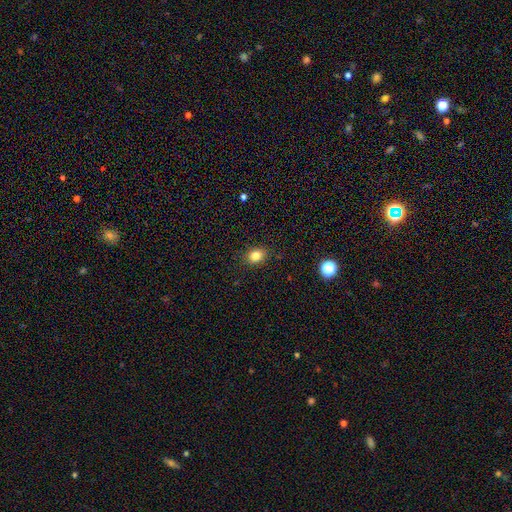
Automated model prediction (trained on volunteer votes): A smooth galaxy with no disk features (83%) that is in between round and cigar-shaped (52%). Merging: none (88%).